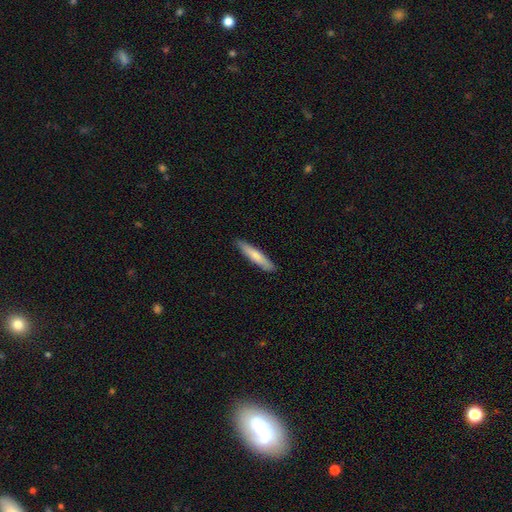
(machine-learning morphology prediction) This appears to be a smooth galaxy with no disk features (75%) that is cigar-shaped (89%). Merging: none (89%).